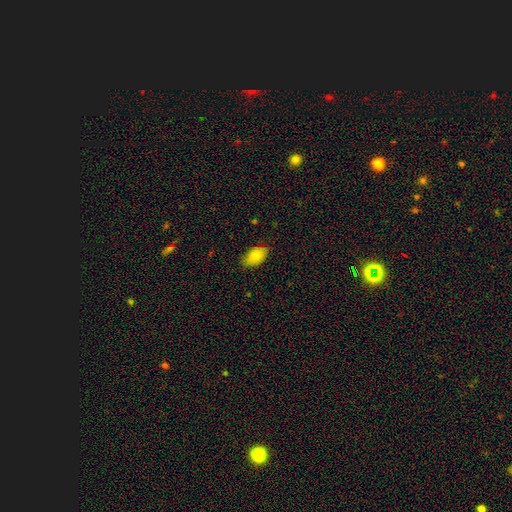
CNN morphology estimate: Smooth or featured? smooth (85%)
How rounded? in between (93%)
Merging? none (82%)